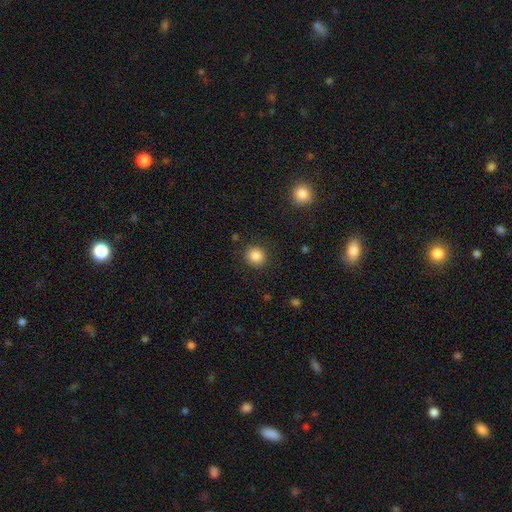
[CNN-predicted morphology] This is clearly a smooth galaxy (86%). How rounded: clearly round (89%). Merging: clearly none (88%).